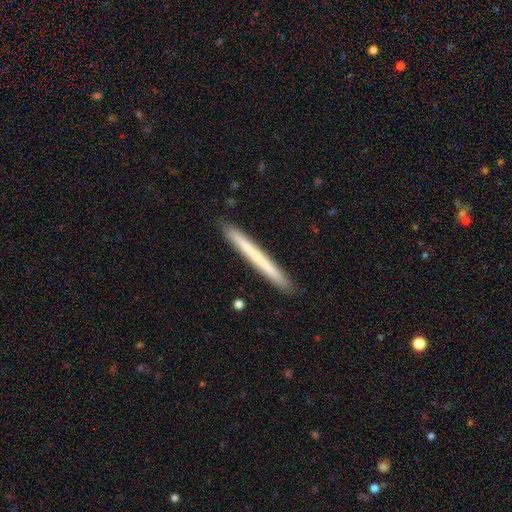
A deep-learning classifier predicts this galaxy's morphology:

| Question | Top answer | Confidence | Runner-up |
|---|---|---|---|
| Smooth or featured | smooth | 59% | featured or disk (36%) |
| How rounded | cigar-shaped | 98% | in between (1%) |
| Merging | none | 91% | minor disturbance (6%) |